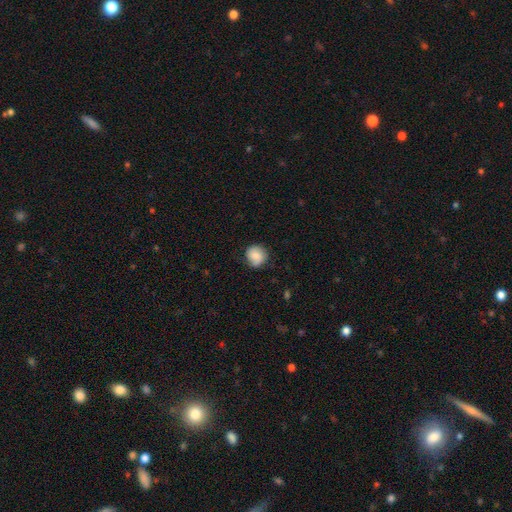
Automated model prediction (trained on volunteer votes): A smooth galaxy with no disk features (79%) that is round (88%).

Vote fractions:
- Smooth or featured? smooth: 79% / featured or disk: 14% / star or artifact: 8%
- How rounded? round: 88% / in between: 12% / cigar-shaped: 1%
- Merging? none: 75% / minor disturbance: 19% / major disturbance: 5% / merger: 1%